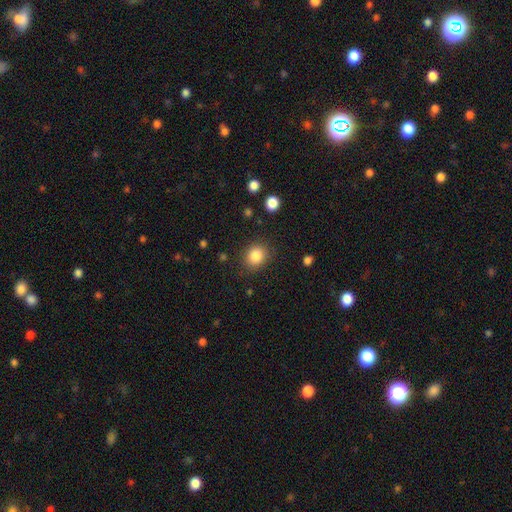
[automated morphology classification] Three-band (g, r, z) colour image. It shows a smooth galaxy with no disk features (85%) that is round (74%). Merging: none (86%).